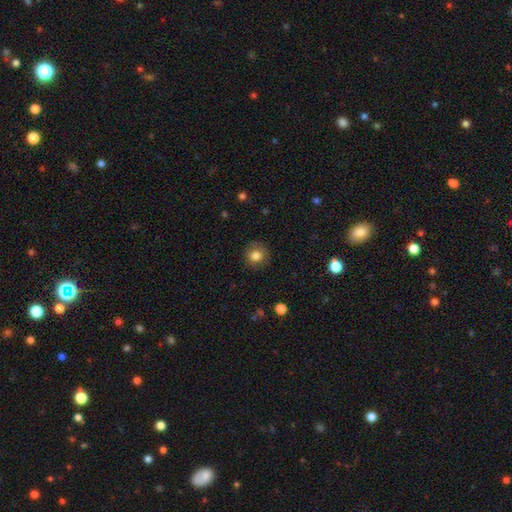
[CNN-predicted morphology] type=smooth (81%); roundness=round (87%); merging=none (85%).